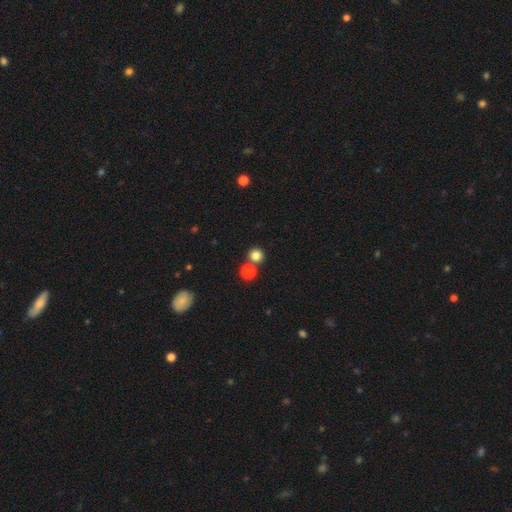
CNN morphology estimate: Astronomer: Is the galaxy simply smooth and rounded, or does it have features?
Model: smooth — 82%.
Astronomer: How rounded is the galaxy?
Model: round — 91%.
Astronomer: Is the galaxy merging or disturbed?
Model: none — 73%.